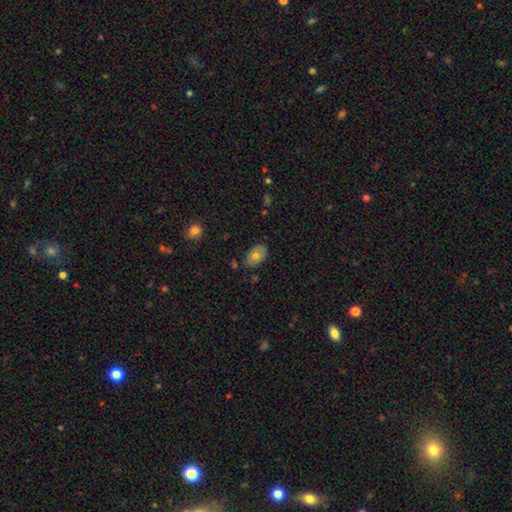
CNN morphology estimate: A smooth galaxy with no disk features (67%) that is in between round and cigar-shaped (86%).

Vote fractions:
- Smooth or featured? smooth: 67% / featured or disk: 26% / star or artifact: 8%
- How rounded? in between: 86% / round: 13% / cigar-shaped: 1%
- Merging? none: 77% / minor disturbance: 18% / major disturbance: 3% / merger: 2%